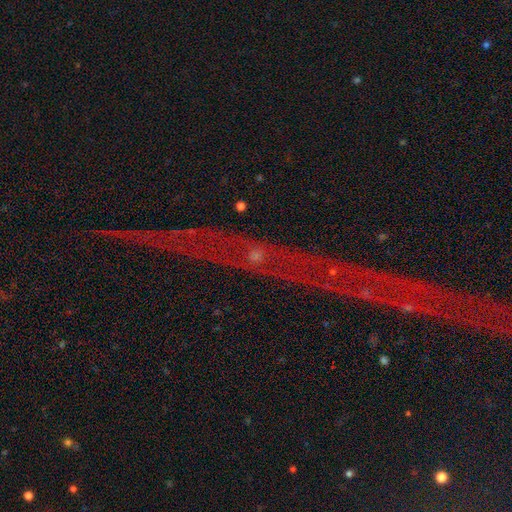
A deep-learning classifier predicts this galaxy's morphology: Q: Smooth or featured?
A: star or artifact (43%); runner-up: featured or disk (38%)